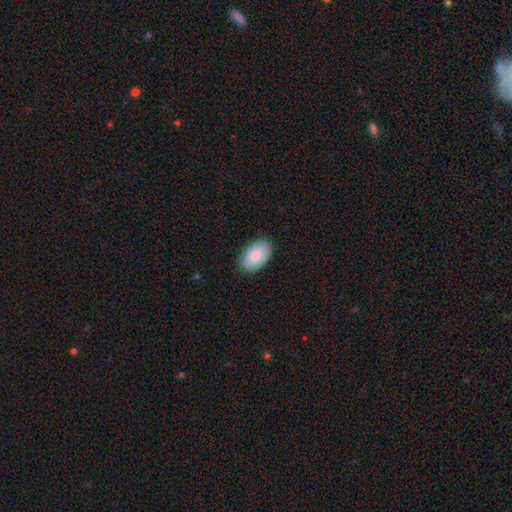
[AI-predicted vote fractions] Smooth or featured?
  - smooth: 86% *
  - featured or disk: 9%
  - star or artifact: 6%
How rounded?
  - in between: 94% *
  - round: 4%
  - cigar-shaped: 1%
Merging?
  - none: 88% *
  - minor disturbance: 9%
  - major disturbance: 2%
  - merger: 1%